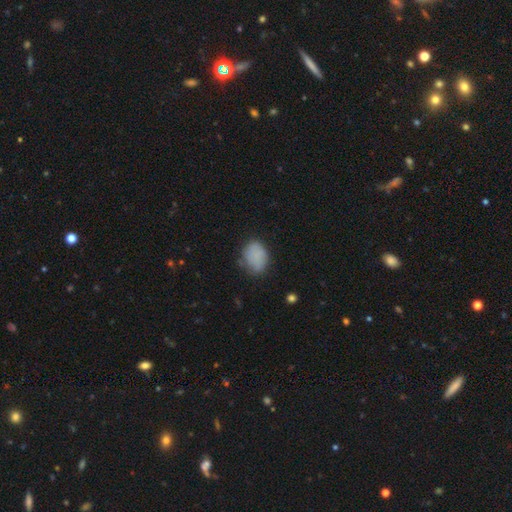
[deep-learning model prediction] Smooth or featured: smooth — 79% (featured or disk — 12%)
How rounded: in between — 61% (round — 38%)
Merging: none — 62% (minor disturbance — 27%)